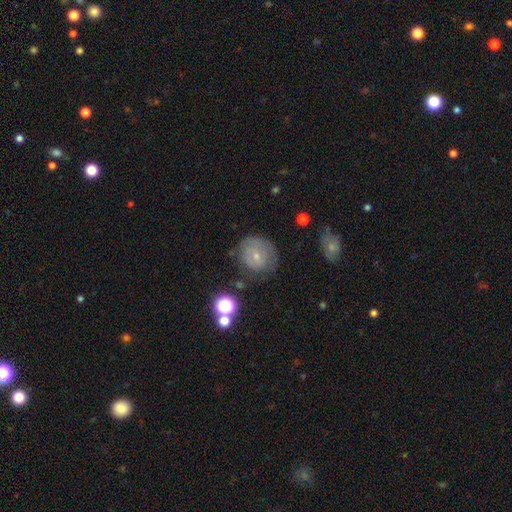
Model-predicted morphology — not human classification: smooth_or_featured: smooth (p=0.48) [alt: featured or disk p=0.41]
merging: none (p=0.62) [alt: minor disturbance p=0.24]